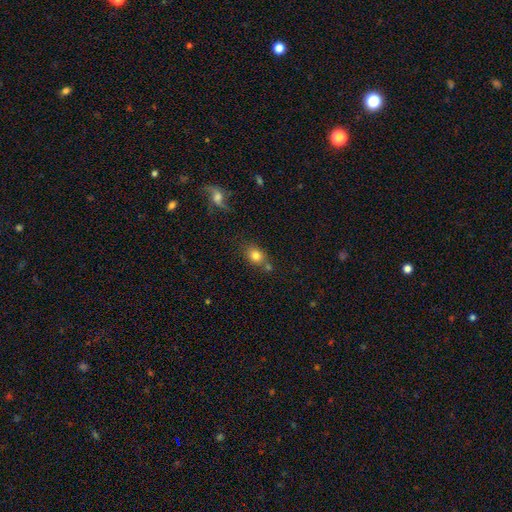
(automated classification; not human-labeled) A smooth galaxy with no disk features (80%) that is in between round and cigar-shaped (51%).

Vote fractions:
- Smooth or featured? smooth: 80% / star or artifact: 11% / featured or disk: 9%
- How rounded? in between: 51% / round: 48% / cigar-shaped: 2%
- Merging? none: 64% / merger: 16% / minor disturbance: 15% / major disturbance: 5%